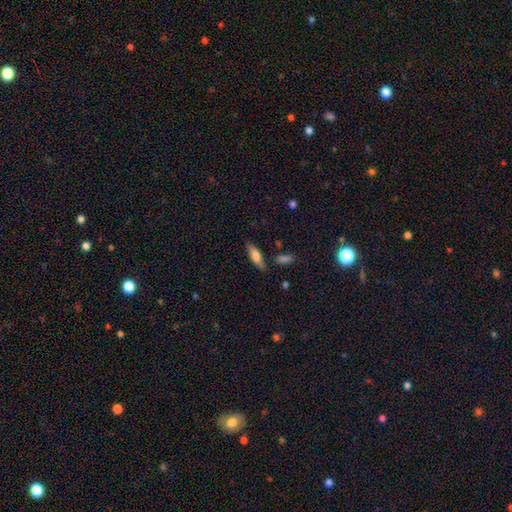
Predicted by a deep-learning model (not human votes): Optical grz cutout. It shows a smooth galaxy with no disk features (65%) that is in between round and cigar-shaped (53%). Merging: none (74%).